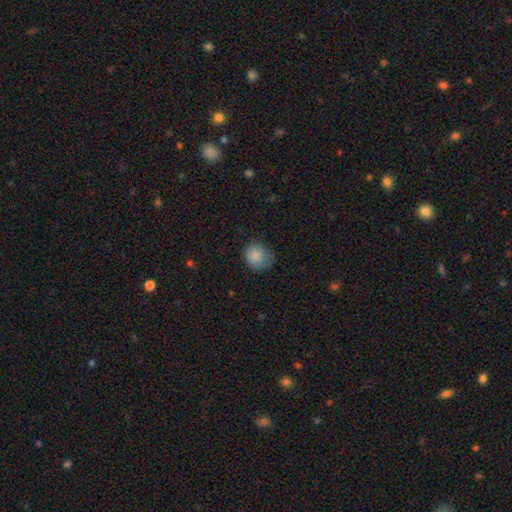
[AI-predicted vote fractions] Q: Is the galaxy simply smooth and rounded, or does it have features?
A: smooth — 87%.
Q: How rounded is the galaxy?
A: round — 84%.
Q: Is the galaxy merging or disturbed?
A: none — 70%.